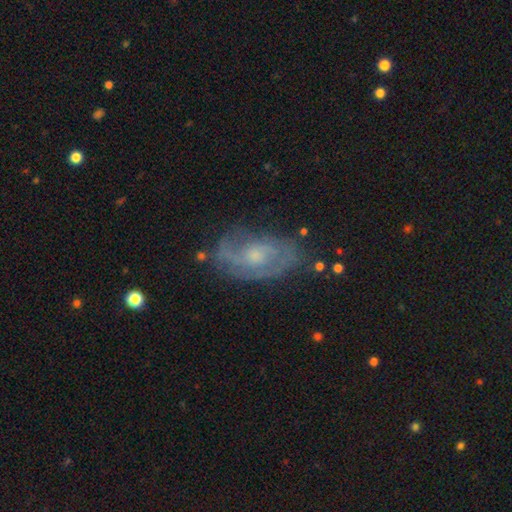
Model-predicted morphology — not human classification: type=featured or disk (78%); edge-on=no (96%); bar=no (65%); spiral arms=yes (88%); winding=medium (45%); arm count=2 (59%); bulge=small (47%); merging=none (65%).